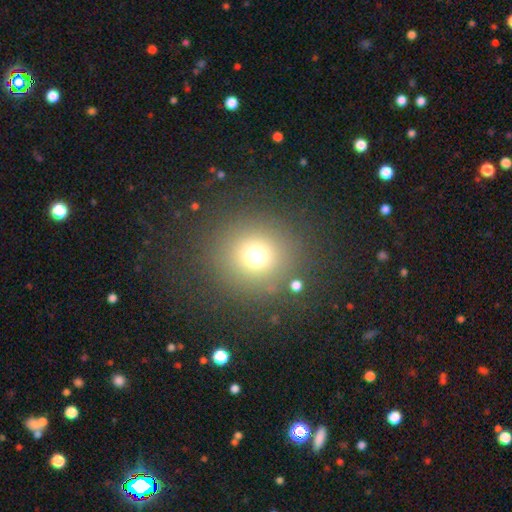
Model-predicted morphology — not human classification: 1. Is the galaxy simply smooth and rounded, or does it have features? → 70% smooth, 20% star or artifact, 10% featured or disk.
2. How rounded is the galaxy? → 93% round, 6% in between, 1% cigar-shaped.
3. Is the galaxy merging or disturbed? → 84% none, 8% minor disturbance, 5% major disturbance, 3% merger.